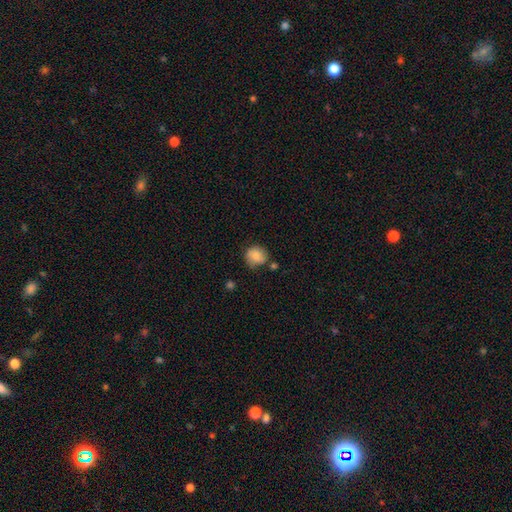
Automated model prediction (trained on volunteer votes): smooth_or_featured: smooth (p=0.82) [alt: featured or disk p=0.10]
how_rounded: round (p=0.82) [alt: in between p=0.17]
merging: none (p=0.66) [alt: minor disturbance p=0.22]